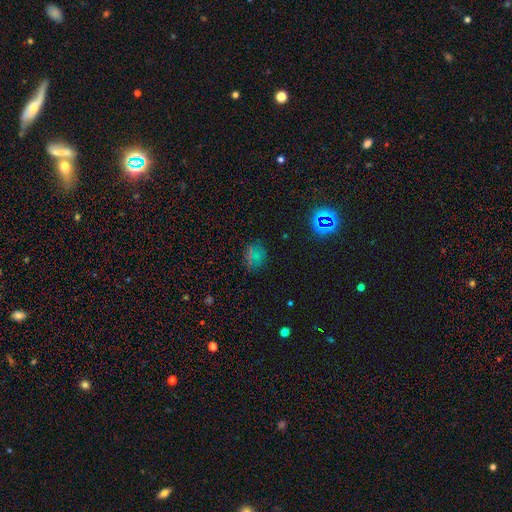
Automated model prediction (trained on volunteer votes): A smooth galaxy with no disk features (54%) that is round (65%). Merging: none (79%).